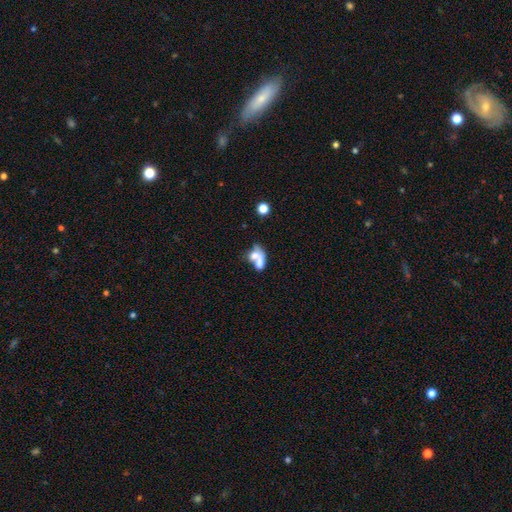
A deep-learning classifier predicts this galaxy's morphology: type=smooth (60%); roundness=in between (71%); merging=merger (62%).